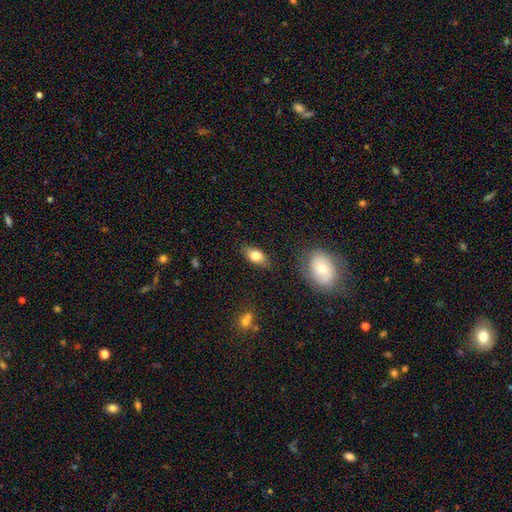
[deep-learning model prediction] smooth-or-featured: smooth: 79% | featured or disk: 14% | star or artifact: 8%
  how-rounded: in between: 86% | round: 7% | cigar-shaped: 7%
  merging: none: 82% | minor disturbance: 13% | major disturbance: 3% | merger: 2%